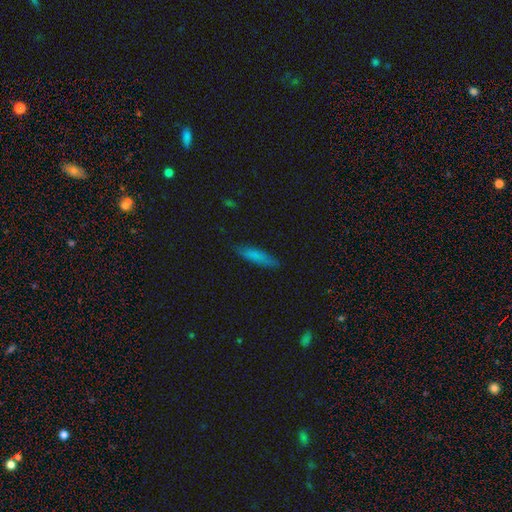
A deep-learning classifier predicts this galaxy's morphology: A smooth galaxy with no disk features (78%) that is cigar-shaped (71%).

Vote fractions:
- Smooth or featured? smooth: 78% / featured or disk: 14% / star or artifact: 8%
- How rounded? cigar-shaped: 71% / in between: 28% / round: 2%
- Merging? none: 83% / minor disturbance: 14% / major disturbance: 3% / merger: 1%